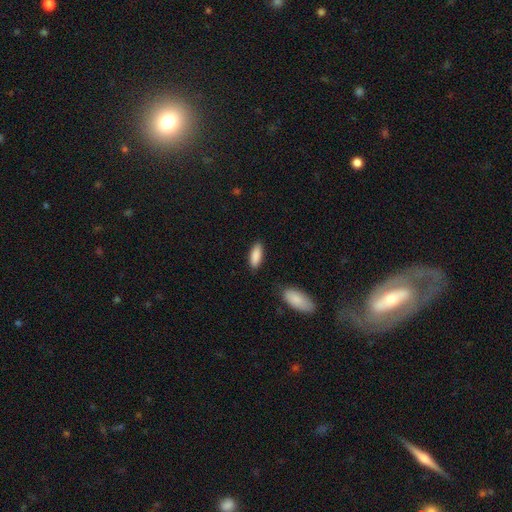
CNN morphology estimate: The model was most divided on "how rounded": in between: 69%, cigar-shaped: 29%, round: 2%. More confident: smooth or featured — smooth (88%); merging — none (85%).